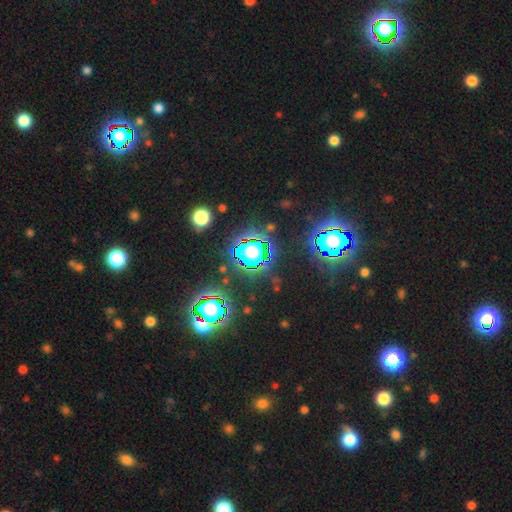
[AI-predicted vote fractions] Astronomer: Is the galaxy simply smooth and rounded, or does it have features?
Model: star or artifact — 69%.